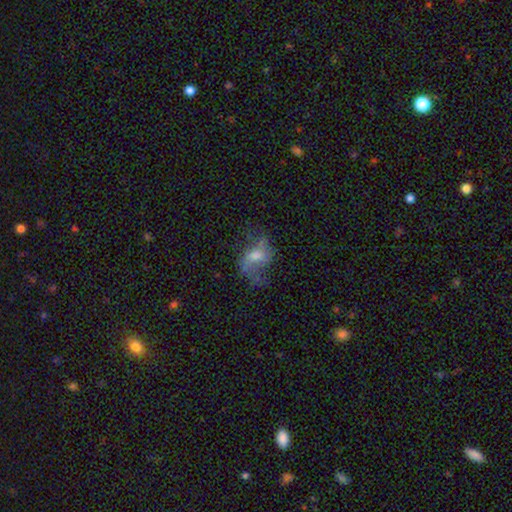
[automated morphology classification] Overall: featured or disk (59%; smooth 31%). Edge-on disk: no (95%). Bar: weak (44%; no 43%). Spiral arms: yes (77%). Bulge size: moderate (49%; small 29%). Merging: none (47%; major disturbance 28%).